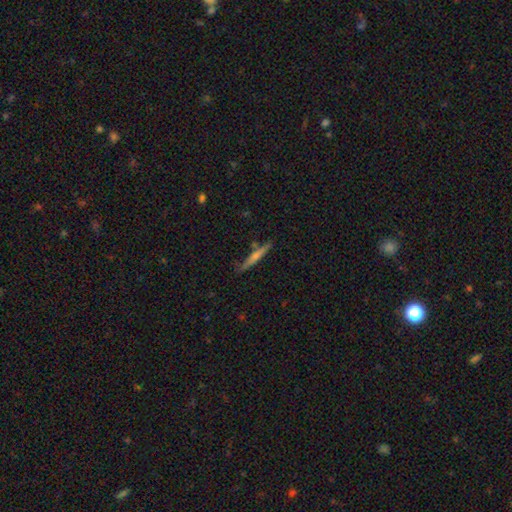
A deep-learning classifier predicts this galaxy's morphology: Smooth or featured?
  - featured or disk: 59% *
  - smooth: 34%
  - star or artifact: 7%
Edge-on disk?
  - yes: 97% *
  - no: 3%
Edge-on bulge?
  - rounded: 66% *
  - none: 26%
  - boxy: 7%
Merging?
  - none: 84% *
  - minor disturbance: 11%
  - merger: 3%
  - major disturbance: 2%